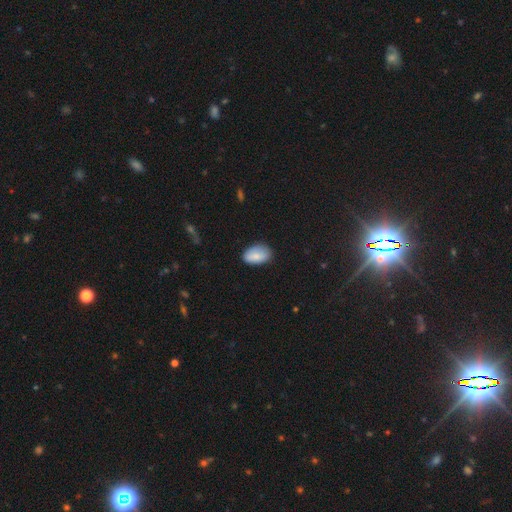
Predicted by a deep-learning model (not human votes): A smooth galaxy with no disk features (83%) that is in between round and cigar-shaped (92%). Merging: none (75%).